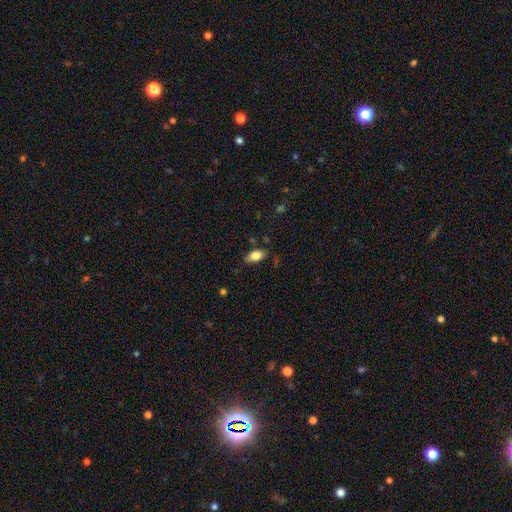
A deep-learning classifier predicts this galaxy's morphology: Q: Smooth or featured?
A: smooth (79%); runner-up: featured or disk (13%)
Q: How rounded?
A: in between (90%); runner-up: cigar-shaped (6%)
Q: Merging?
A: none (81%); runner-up: minor disturbance (14%)